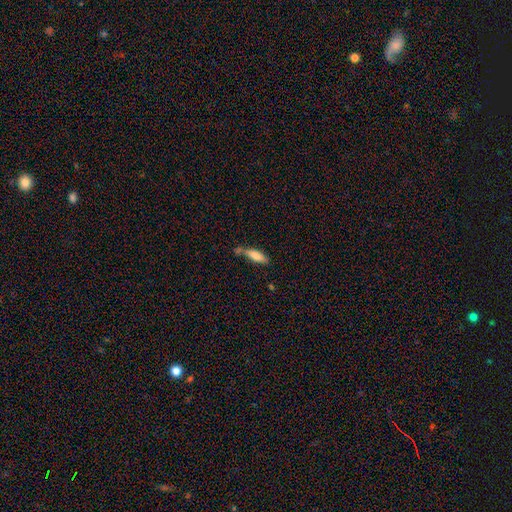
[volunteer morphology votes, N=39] smooth 74%, featured or disk 21%, star or artifact 5%. Down the decision tree: how rounded — in between (59%); merging — none (43%).